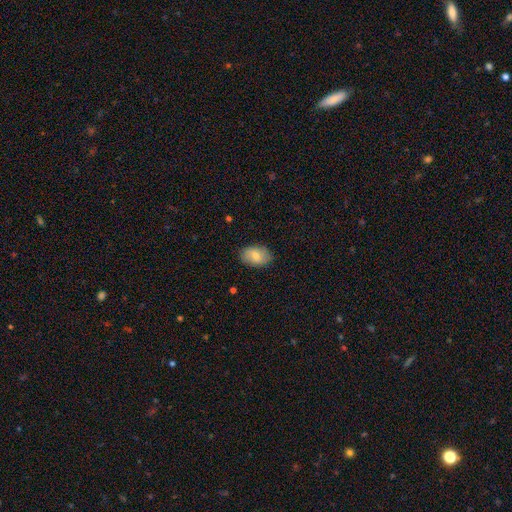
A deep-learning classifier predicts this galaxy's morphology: Overall: smooth (73%). How rounded: in between (89%). Merging: none (84%).